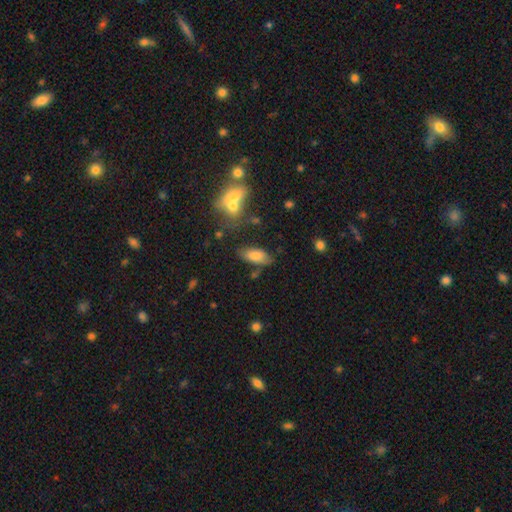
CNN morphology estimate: smooth 80%, featured or disk 13%, star or artifact 8%. Down the decision tree: how rounded — in between (84%); merging — none (68%).